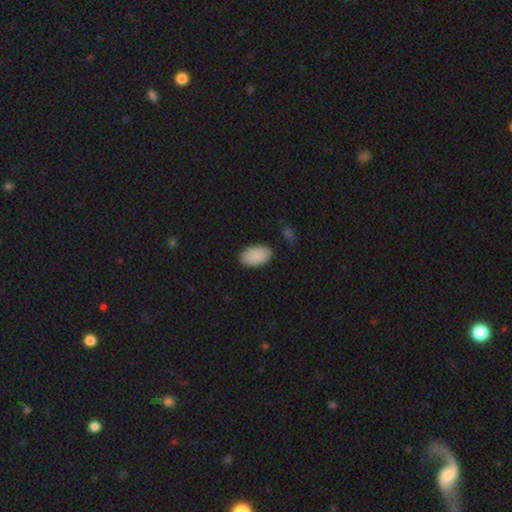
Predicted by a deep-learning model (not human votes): This appears to be a smooth galaxy with no disk features (90%) that is in between round and cigar-shaped (95%). Merging: none (87%).